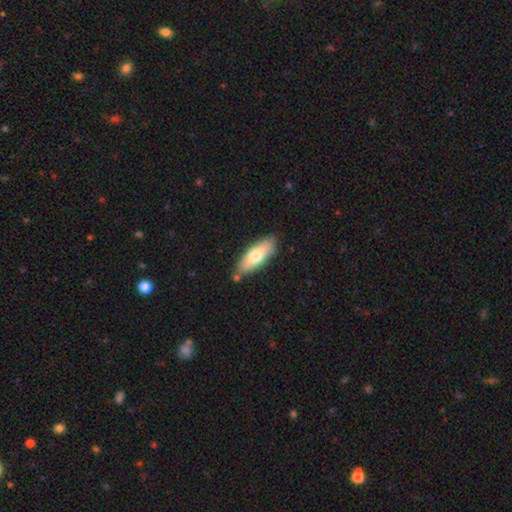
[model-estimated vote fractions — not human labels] smooth_or_featured: smooth (p=0.68) [alt: featured or disk p=0.26]
how_rounded: in between (p=0.65) [alt: cigar-shaped p=0.33]
merging: none (p=0.76) [alt: minor disturbance p=0.15]